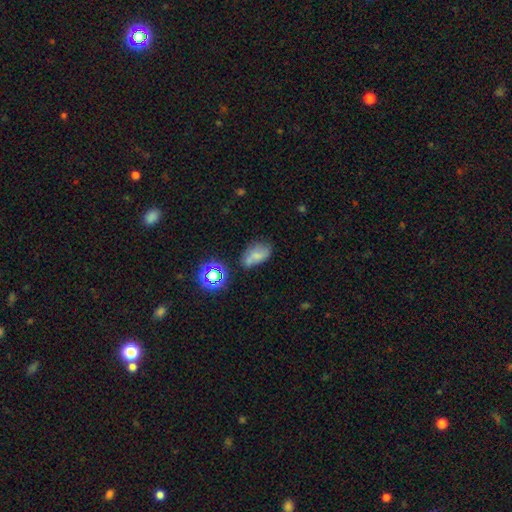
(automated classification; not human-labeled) A smooth galaxy with no disk features (62%) that is in between round and cigar-shaped (87%). Merging: none (48%).